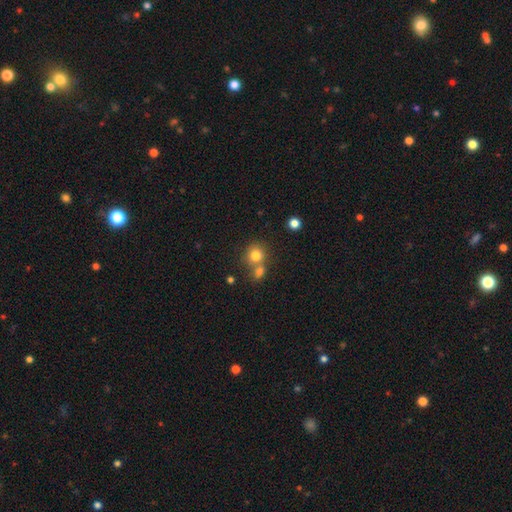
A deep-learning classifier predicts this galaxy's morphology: type=smooth (80%); roundness=round (83%); merging=none (50%).